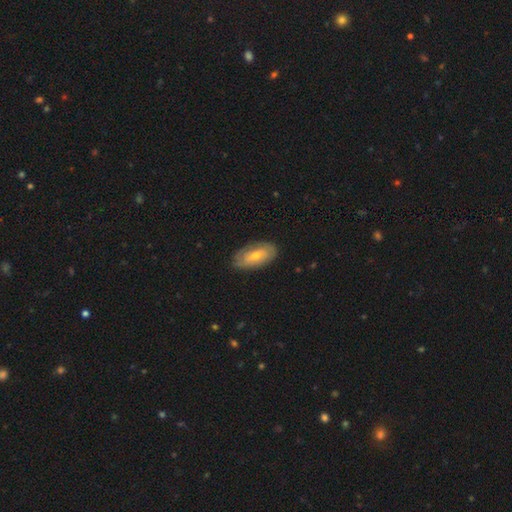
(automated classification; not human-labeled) Smooth or featured? featured or disk (49%)
Merging? none (83%)